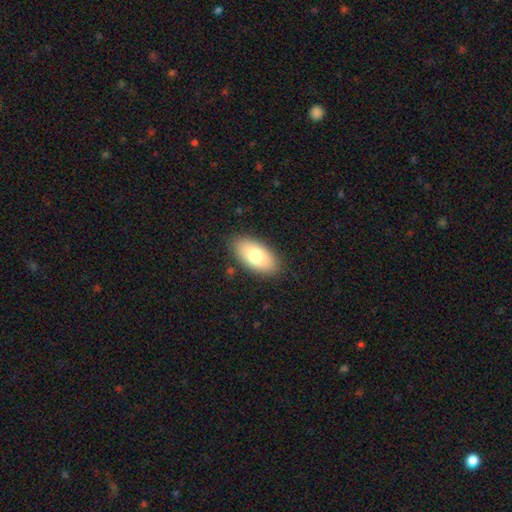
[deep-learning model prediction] Smooth or featured?
  - smooth: 77% *
  - featured or disk: 17%
  - star or artifact: 7%
How rounded?
  - in between: 94% *
  - cigar-shaped: 3%
  - round: 3%
Merging?
  - none: 87% *
  - minor disturbance: 10%
  - major disturbance: 3%
  - merger: 1%